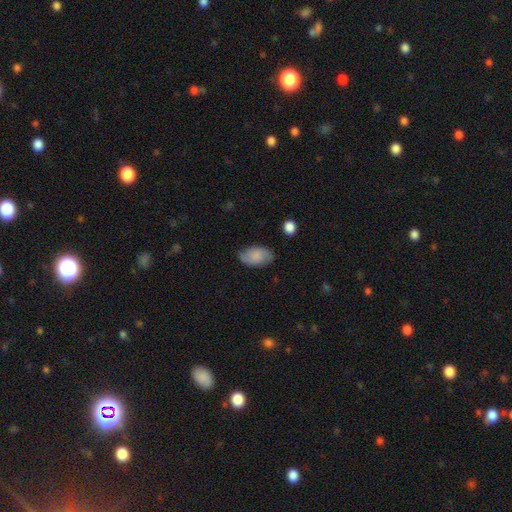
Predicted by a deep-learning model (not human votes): smooth-or-featured: smooth: 72% | featured or disk: 21% | star or artifact: 7%
  how-rounded: in between: 93% | round: 5% | cigar-shaped: 2%
  merging: none: 78% | minor disturbance: 16% | major disturbance: 4% | merger: 2%